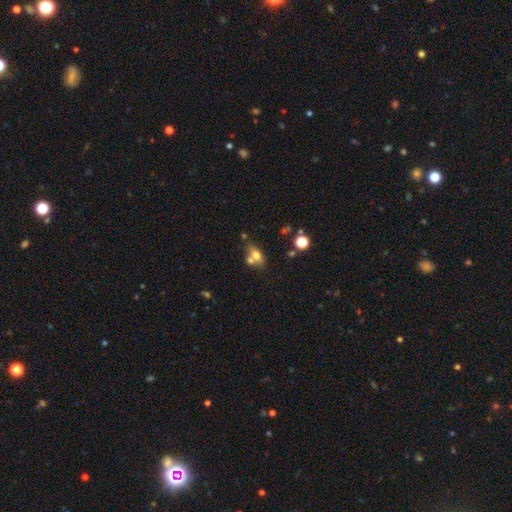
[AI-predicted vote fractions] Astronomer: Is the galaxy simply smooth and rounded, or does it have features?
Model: smooth — 68%.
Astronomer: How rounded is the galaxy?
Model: in between — 74%.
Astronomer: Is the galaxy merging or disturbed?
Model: none — 42% (runner-up: merger, 40%).